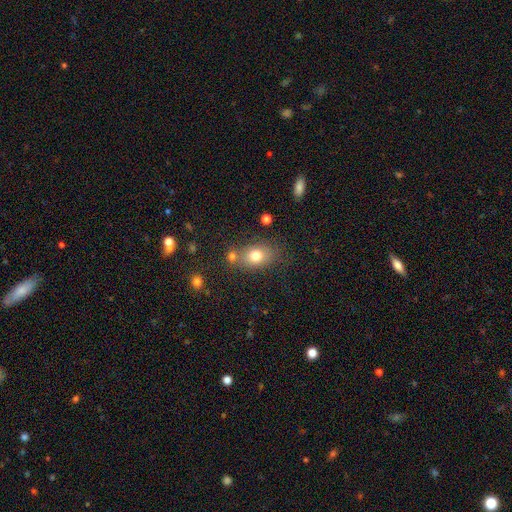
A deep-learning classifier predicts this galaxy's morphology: smooth-or-featured: smooth: 75% | featured or disk: 13% | star or artifact: 11%
  how-rounded: in between: 68% | round: 31% | cigar-shaped: 2%
  merging: none: 61% | merger: 19% | minor disturbance: 15% | major disturbance: 5%